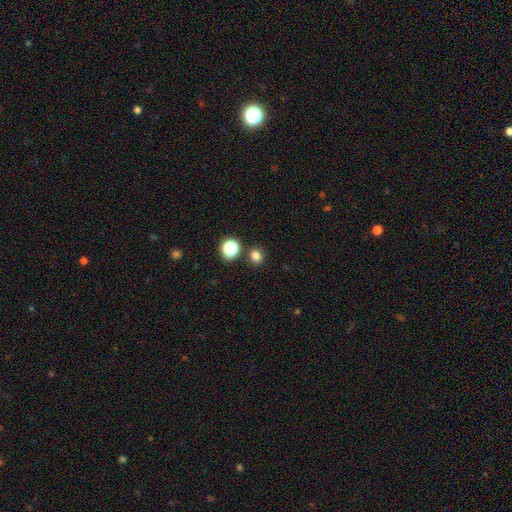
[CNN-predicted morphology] Smooth or featured? smooth (79%)
How rounded? round (75%)
Merging? none (83%)